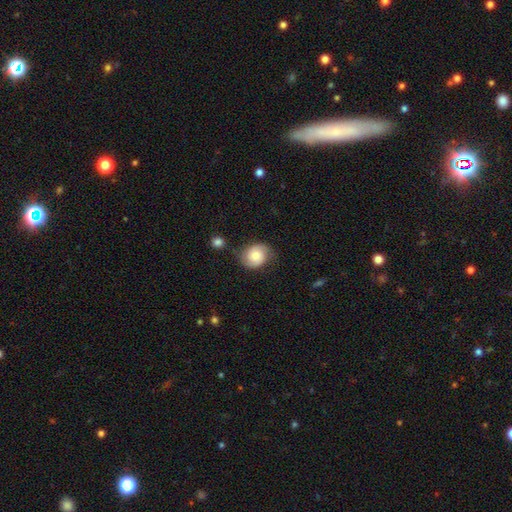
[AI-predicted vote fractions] Smooth or featured?
  - featured or disk: 46% *
  - smooth: 45%
  - star or artifact: 9%
Merging?
  - none: 66% *
  - minor disturbance: 23%
  - major disturbance: 7%
  - merger: 4%